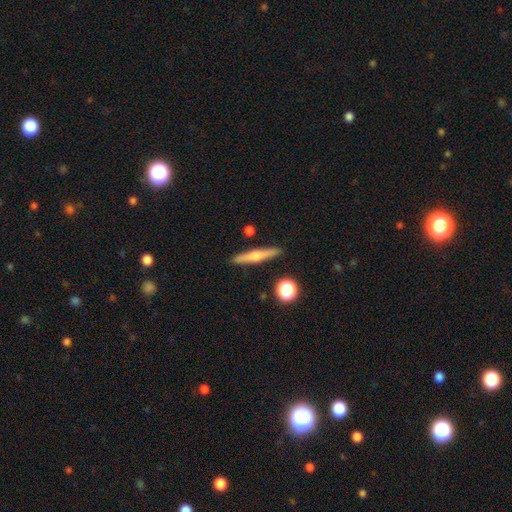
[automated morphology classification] This is possibly a smooth galaxy (47%). Merging: clearly none (90%).